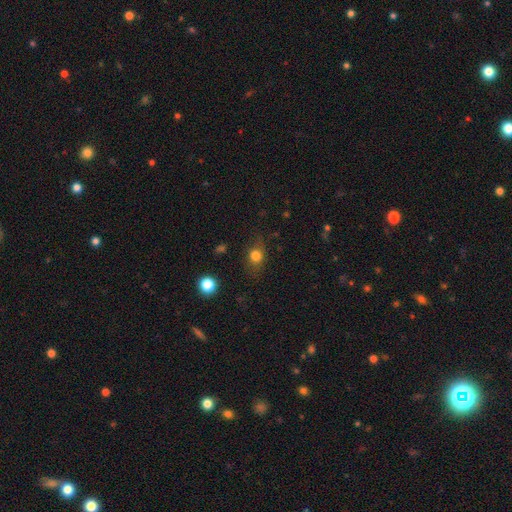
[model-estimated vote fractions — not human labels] A smooth galaxy with no disk features (78%) that is round (59%).

Vote fractions:
- Smooth or featured? smooth: 78% / star or artifact: 13% / featured or disk: 9%
- How rounded? round: 59% / in between: 39% / cigar-shaped: 2%
- Merging? none: 73% / minor disturbance: 18% / major disturbance: 7% / merger: 2%